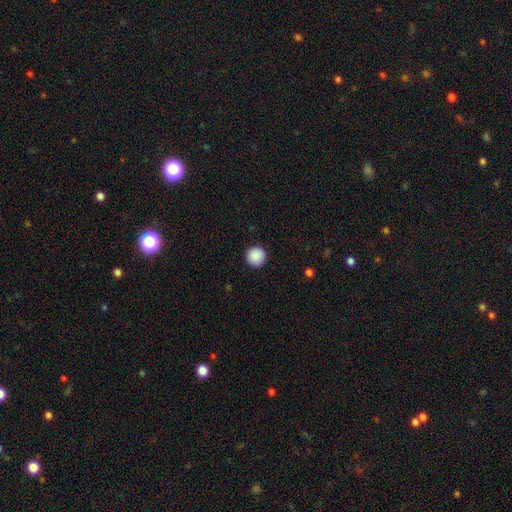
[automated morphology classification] smooth_or_featured: smooth (p=0.90) [alt: star or artifact p=0.08]
how_rounded: round (p=0.96) [alt: in between p=0.03]
merging: none (p=0.92) [alt: minor disturbance p=0.05]